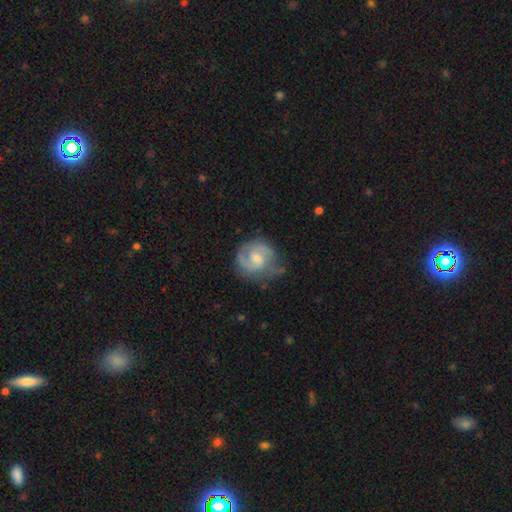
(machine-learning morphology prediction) smooth-or-featured: featured or disk: 76% | smooth: 18% | star or artifact: 6%
  disk-edge-on: no: 98% | yes: 2%
    bar: no: 47% | weak: 46% | strong: 7%
    has-spiral-arms: yes: 94% | no: 6%
      spiral-winding: medium: 48% | tight: 36% | loose: 16%
      spiral-arm-count: 2: 80% | can't tell: 9% | 1: 5% | 3: 4% | 4: 1% | more than 4: 1%
    bulge-size: moderate: 54% | small: 29% | large: 8% | none: 7% | dominant: 1%
  merging: none: 68% | minor disturbance: 22% | major disturbance: 8% | merger: 2%